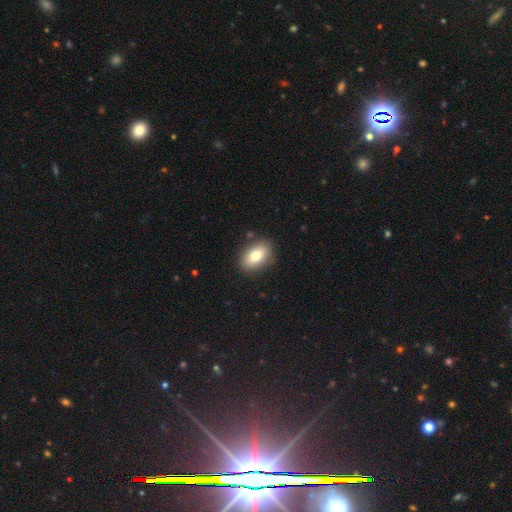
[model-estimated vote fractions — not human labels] smooth-or-featured: smooth: 79% | featured or disk: 13% | star or artifact: 8%
  how-rounded: in between: 87% | round: 11% | cigar-shaped: 2%
  merging: none: 86% | minor disturbance: 10% | major disturbance: 3% | merger: 2%